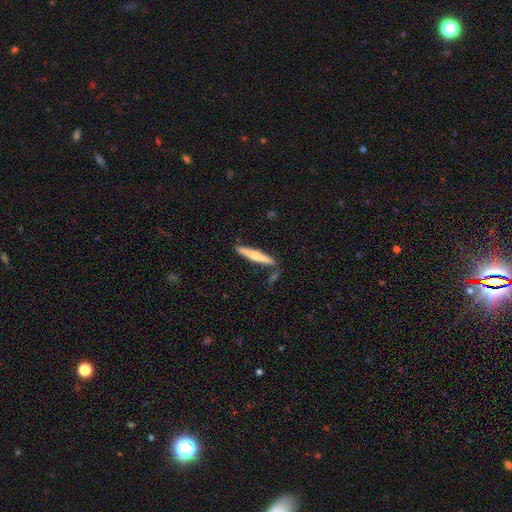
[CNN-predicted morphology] Overall: smooth (55%; featured or disk 40%). How rounded: cigar-shaped (93%). Merging: none (74%).